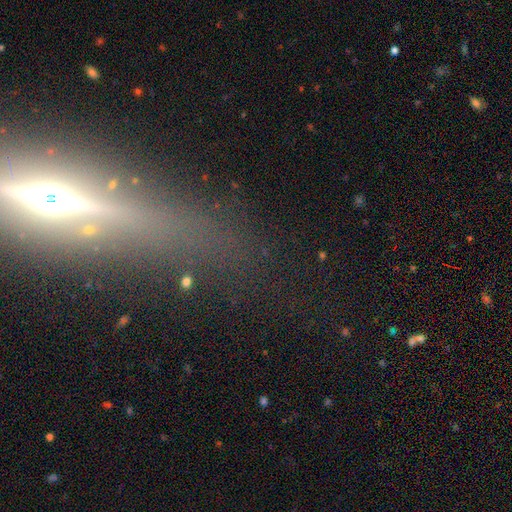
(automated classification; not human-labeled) Smooth or featured?
  - star or artifact: 44% *
  - featured or disk: 29%
  - smooth: 27%